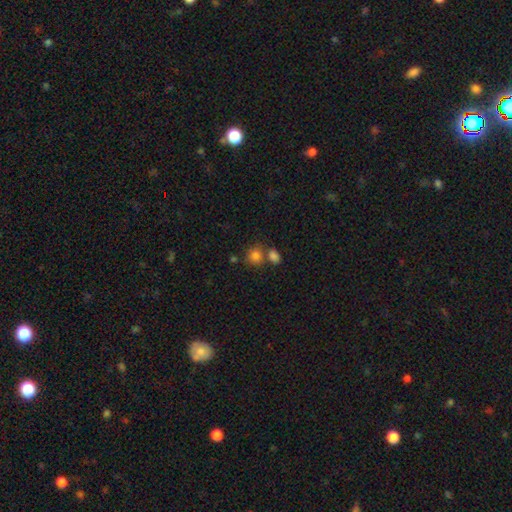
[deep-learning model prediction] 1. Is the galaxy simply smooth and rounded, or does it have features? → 81% smooth, 12% star or artifact, 7% featured or disk.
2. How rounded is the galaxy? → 74% round, 25% in between, 1% cigar-shaped.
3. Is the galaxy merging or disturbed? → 56% none, 29% merger, 10% minor disturbance, 4% major disturbance.